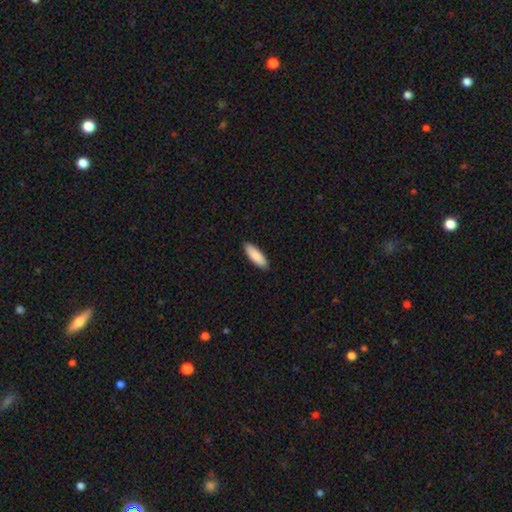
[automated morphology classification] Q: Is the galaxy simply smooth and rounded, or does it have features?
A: smooth — 89%.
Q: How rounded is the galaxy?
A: in between — 56%.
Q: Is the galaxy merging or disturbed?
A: none — 89%.